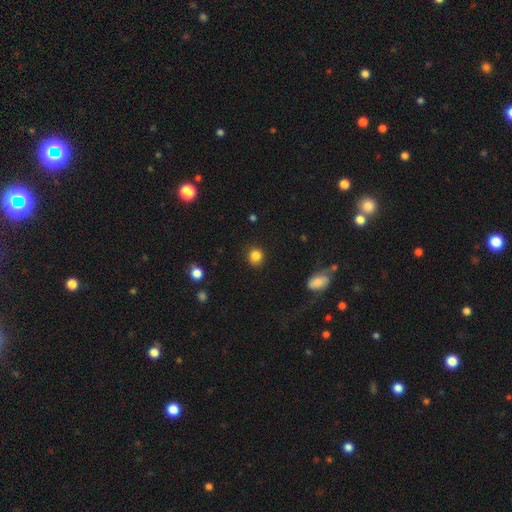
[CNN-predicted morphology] Smooth or featured: smooth — 85% (star or artifact — 11%)
How rounded: round — 85% (in between — 14%)
Merging: none — 85% (minor disturbance — 10%)